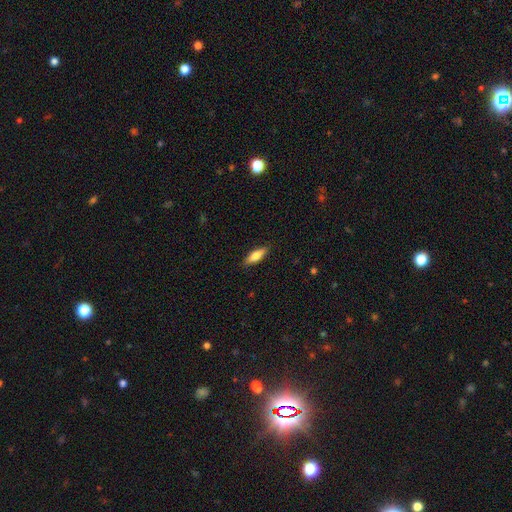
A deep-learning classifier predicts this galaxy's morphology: smooth_or_featured: smooth (p=0.72) [alt: featured or disk p=0.22]
how_rounded: in between (p=0.52) [alt: cigar-shaped p=0.46]
merging: none (p=0.87) [alt: minor disturbance p=0.10]